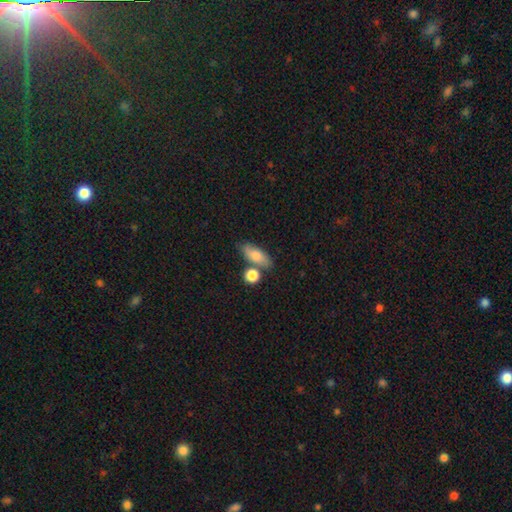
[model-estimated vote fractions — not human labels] Smooth or featured: smooth — 70% (featured or disk — 22%)
How rounded: in between — 73% (cigar-shaped — 17%)
Merging: none — 61% (merger — 17%)